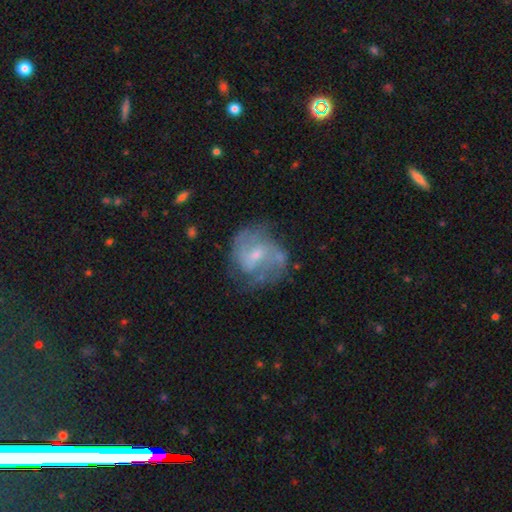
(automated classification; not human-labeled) This is likely a featured or disk galaxy (76%). It is clearly not viewed edge-on (98%). Bar: possibly weak (53%). Spiral arm pattern: clearly yes (86%). Spiral arm count: possibly 2 (58%). Spiral winding: possibly medium (48%). Central bulge: possibly small (58%). Merging: possibly none (59%).